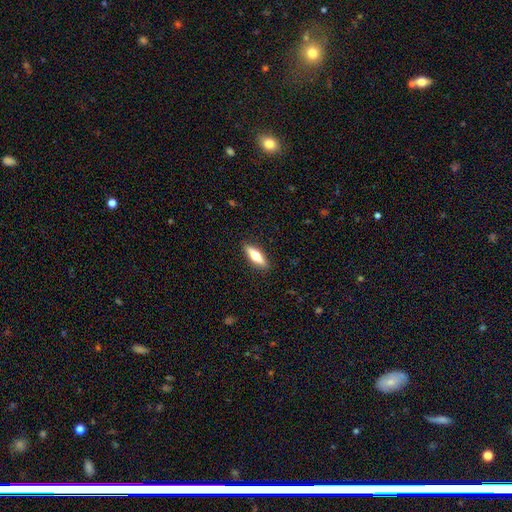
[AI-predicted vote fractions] Smooth or featured?
  - smooth: 55% *
  - featured or disk: 39%
  - star or artifact: 6%
How rounded?
  - cigar-shaped: 55% *
  - in between: 42%
  - round: 3%
Merging?
  - none: 90% *
  - minor disturbance: 8%
  - major disturbance: 2%
  - merger: 1%